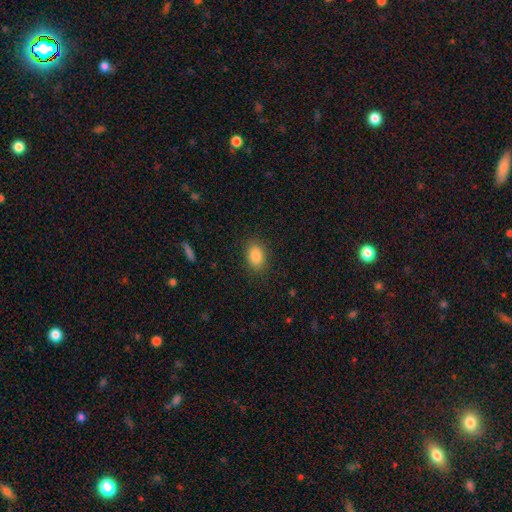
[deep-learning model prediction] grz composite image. It shows a smooth galaxy with no disk features (86%) that is in between round and cigar-shaped (80%). Merging: none (86%).